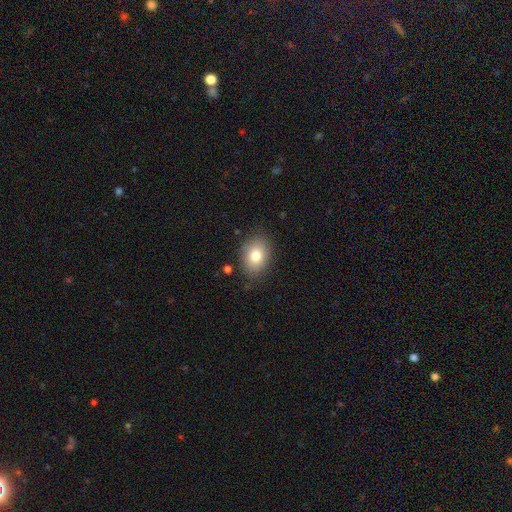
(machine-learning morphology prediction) Smooth or featured?
  - smooth: 80% *
  - featured or disk: 11%
  - star or artifact: 9%
How rounded?
  - in between: 69% *
  - round: 30%
  - cigar-shaped: 1%
Merging?
  - none: 84% *
  - minor disturbance: 11%
  - major disturbance: 3%
  - merger: 2%